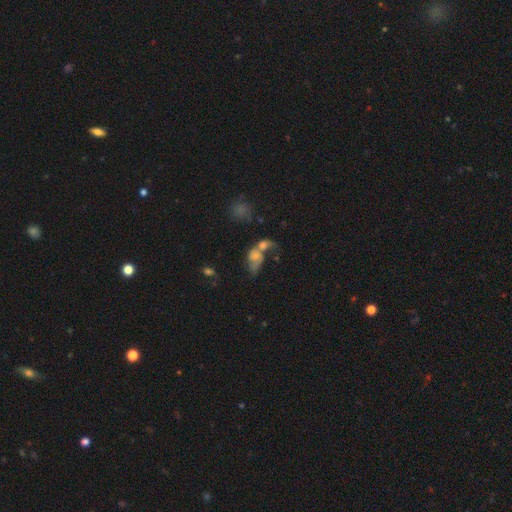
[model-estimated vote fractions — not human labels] This appears to be a smooth galaxy with no disk features (54%) that is in between round and cigar-shaped (71%). Merging: merger (67%).